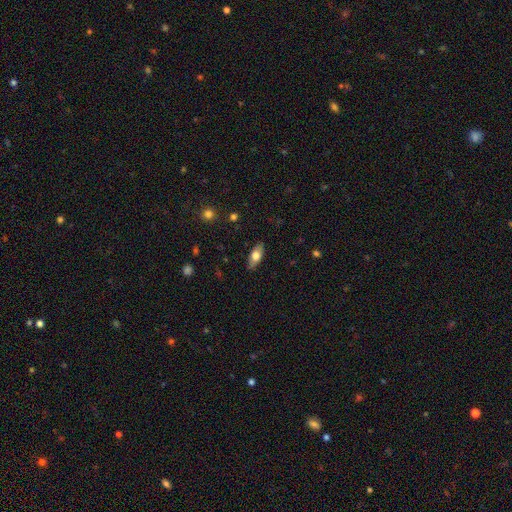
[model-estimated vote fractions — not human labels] Morphology: type=smooth (66%); roundness=in between (81%); merging=none (86%).